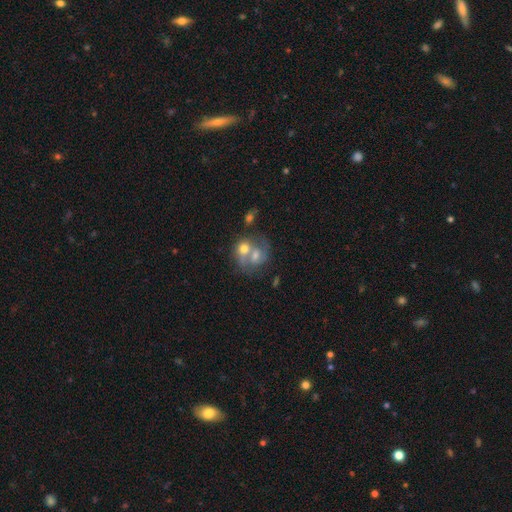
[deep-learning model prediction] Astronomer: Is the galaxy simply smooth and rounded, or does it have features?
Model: featured or disk — 52% (runner-up: smooth, 39%).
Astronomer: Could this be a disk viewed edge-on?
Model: no — 97%.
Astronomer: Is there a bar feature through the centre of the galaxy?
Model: no — 67%.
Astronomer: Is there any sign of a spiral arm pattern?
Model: yes — 65%.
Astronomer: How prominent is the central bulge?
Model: moderate — 57%.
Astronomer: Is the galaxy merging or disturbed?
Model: merger — 67%.